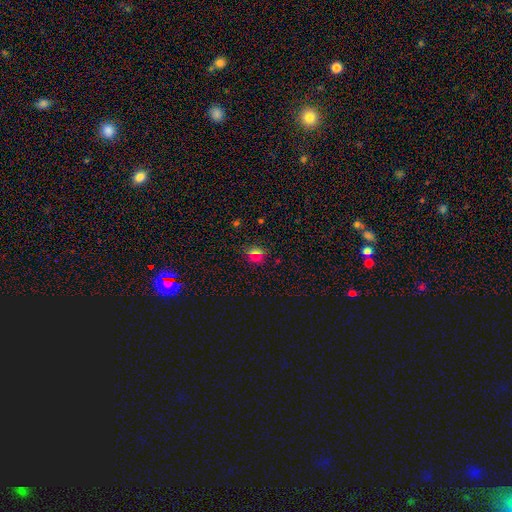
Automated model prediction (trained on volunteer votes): Smooth or featured? smooth (57%)
How rounded? round (75%)
Merging? none (83%)